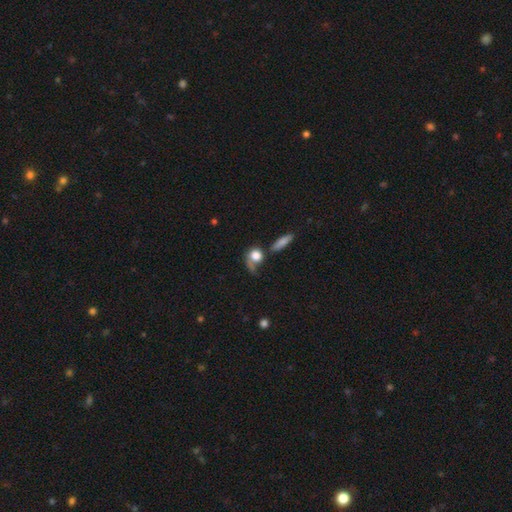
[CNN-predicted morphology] A smooth galaxy with no disk features (73%) that is round (69%).

Vote fractions:
- Smooth or featured? smooth: 73% / featured or disk: 17% / star or artifact: 10%
- How rounded? round: 69% / in between: 26% / cigar-shaped: 4%
- Merging? none: 36% / major disturbance: 28% / minor disturbance: 19% / merger: 17%